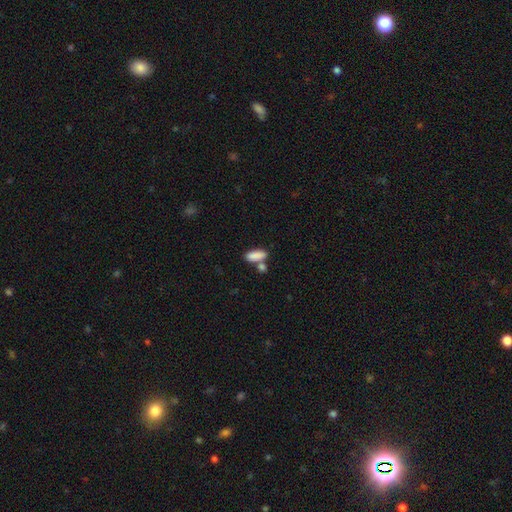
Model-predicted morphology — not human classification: Smooth or featured? smooth (86%)
How rounded? in between (72%)
Merging? none (53%)